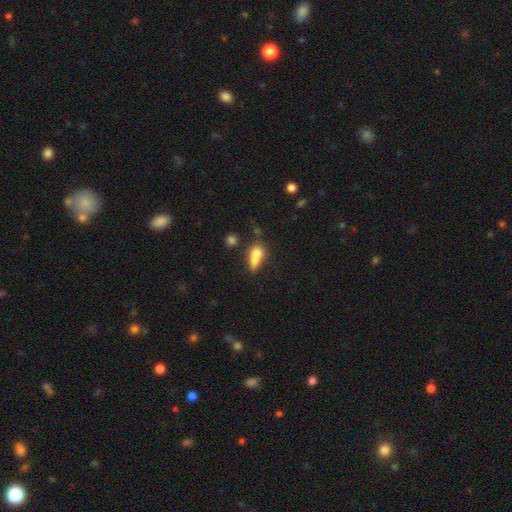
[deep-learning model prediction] smooth_or_featured: smooth (p=0.70) [alt: featured or disk p=0.19]
how_rounded: in between (p=0.62) [alt: round p=0.24]
merging: merger (p=0.50) [alt: none p=0.27]